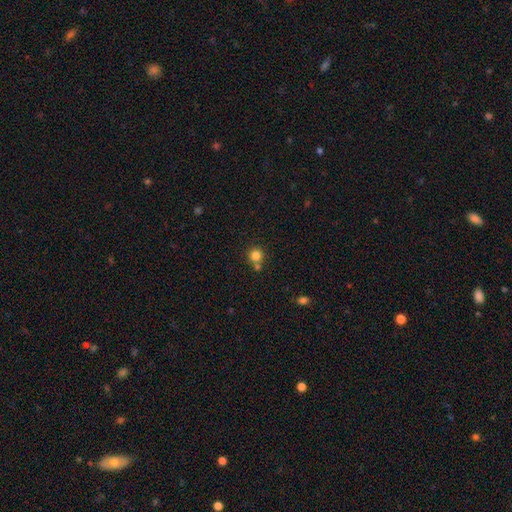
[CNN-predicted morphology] Smooth or featured? smooth (81%)
How rounded? round (93%)
Merging? none (64%)